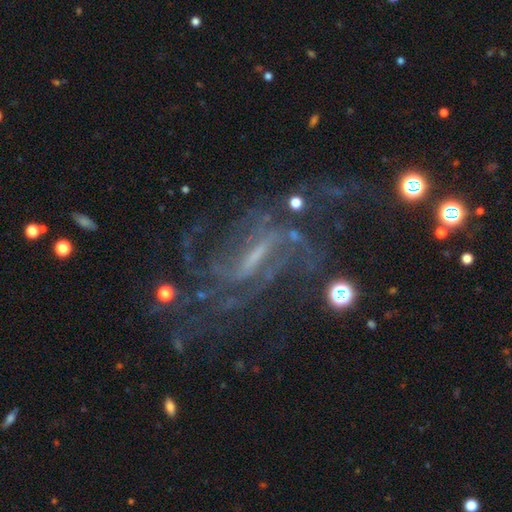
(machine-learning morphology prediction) A featured or disk galaxy (81%) with a strong bar (46%), medium (42%) spiral arms (91%) and a small central bulge (49%).

Vote fractions:
- Smooth or featured? featured or disk: 81% / star or artifact: 12% / smooth: 7%
- Edge-on disk? no: 92% / yes: 8%
- Bar? strong: 46% / weak: 40% / no: 15%
- Spiral arms? yes: 91% / no: 9%
- Spiral winding? medium: 42% / tight: 32% / loose: 25%
- Spiral arm count? can't tell: 38% / 2: 22% / 3: 14% / 4: 12% / more than 4: 8% / 1: 7%
- Bulge size? small: 49% / none: 27% / moderate: 21% / large: 3% / dominant: 1%
- Merging? none: 57% / major disturbance: 22% / minor disturbance: 17% / merger: 5%